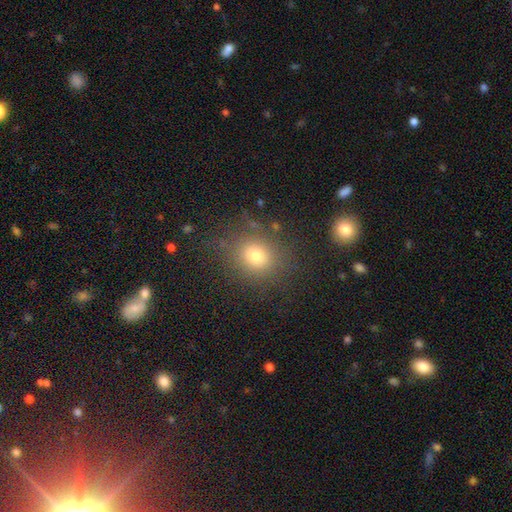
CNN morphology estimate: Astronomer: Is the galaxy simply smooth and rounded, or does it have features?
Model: smooth — 76%.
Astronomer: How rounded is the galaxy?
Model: round — 73%.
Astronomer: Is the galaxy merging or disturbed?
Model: none — 82%.